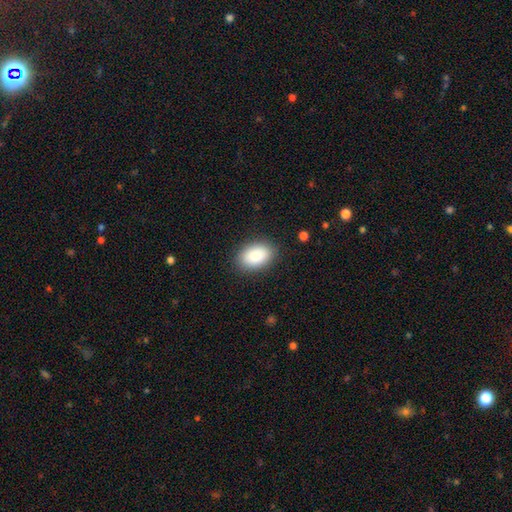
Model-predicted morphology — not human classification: The model was most divided on "how rounded": in between: 87%, round: 11%, cigar-shaped: 1%. More confident: smooth or featured — smooth (87%); merging — none (87%).